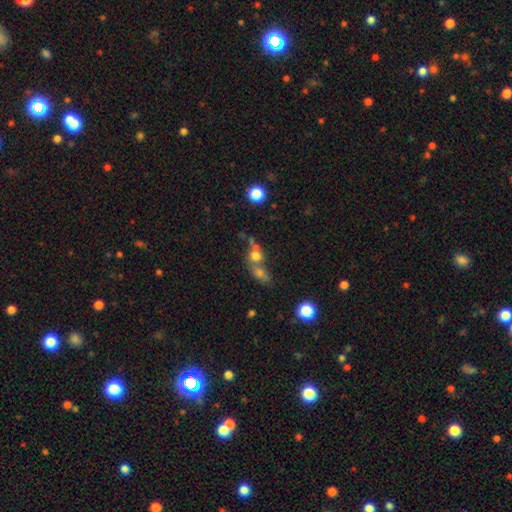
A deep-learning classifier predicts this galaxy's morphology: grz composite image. It shows a smooth galaxy with no disk features (66%) that is round (65%). Merging: merger (60%).